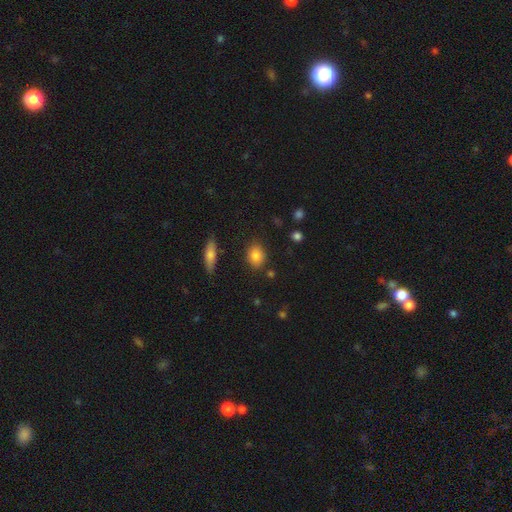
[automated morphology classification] Smooth or featured? Predicted: smooth (p=0.83). How rounded? Predicted: in between (p=0.57). Merging? Predicted: none (p=0.82).